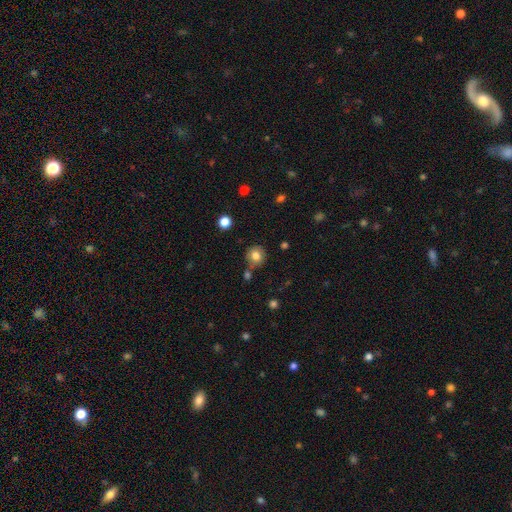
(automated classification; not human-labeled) Smooth or featured?
  - smooth: 81% *
  - star or artifact: 11%
  - featured or disk: 8%
How rounded?
  - round: 90% *
  - in between: 9%
  - cigar-shaped: 1%
Merging?
  - none: 76% *
  - minor disturbance: 11%
  - merger: 10%
  - major disturbance: 3%